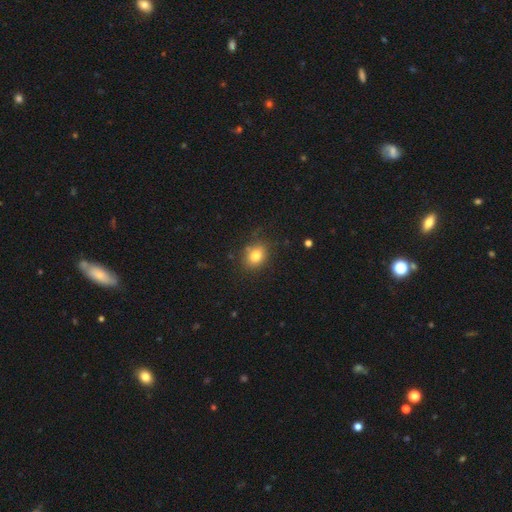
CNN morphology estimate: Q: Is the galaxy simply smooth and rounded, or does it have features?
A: smooth — 80%.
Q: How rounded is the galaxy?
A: in between — 51%.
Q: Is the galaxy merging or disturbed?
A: none — 80%.